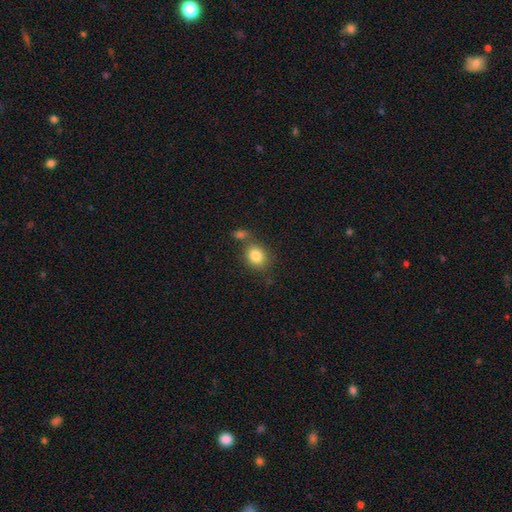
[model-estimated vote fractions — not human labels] A smooth galaxy with no disk features (83%) that is round (61%).

Vote fractions:
- Smooth or featured? smooth: 83% / star or artifact: 9% / featured or disk: 7%
- How rounded? round: 61% / in between: 38% / cigar-shaped: 1%
- Merging? none: 61% / merger: 21% / minor disturbance: 13% / major disturbance: 4%